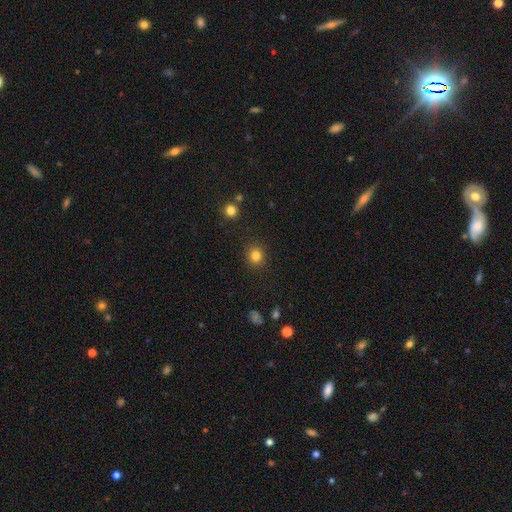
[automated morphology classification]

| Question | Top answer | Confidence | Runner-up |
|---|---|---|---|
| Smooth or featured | smooth | 83% | star or artifact (12%) |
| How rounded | round | 86% | in between (14%) |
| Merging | none | 90% | minor disturbance (7%) |